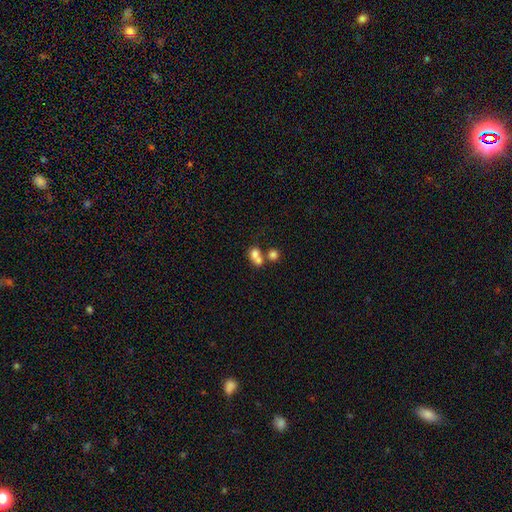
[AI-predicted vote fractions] Q: Smooth or featured?
A: smooth (72%); runner-up: featured or disk (16%)
Q: How rounded?
A: round (52%); runner-up: in between (46%)
Q: Merging?
A: merger (64%); runner-up: none (24%)